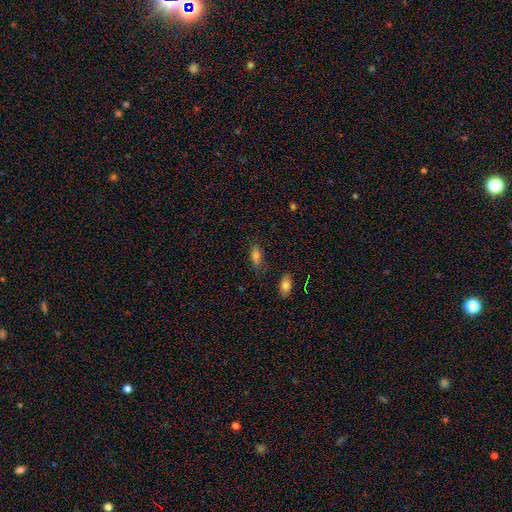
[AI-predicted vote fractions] The model was most divided on "merging": none: 76%, minor disturbance: 16%, major disturbance: 4%, merger: 4%. More confident: how rounded — in between (80%); smooth or featured — smooth (80%).